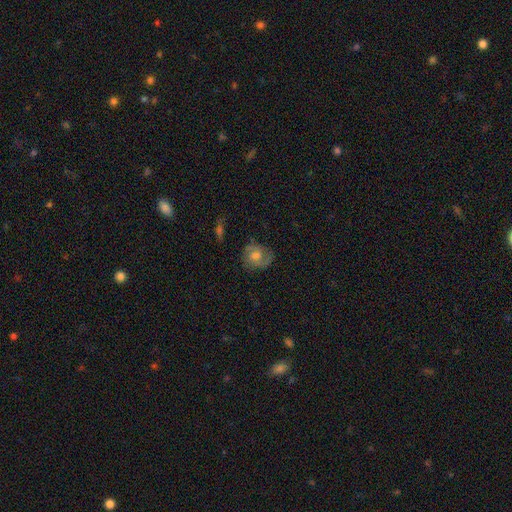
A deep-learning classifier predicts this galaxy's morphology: The model was most divided on "smooth or featured": featured or disk: 47%, smooth: 44%, star or artifact: 9%. More confident: merging — none (67%).